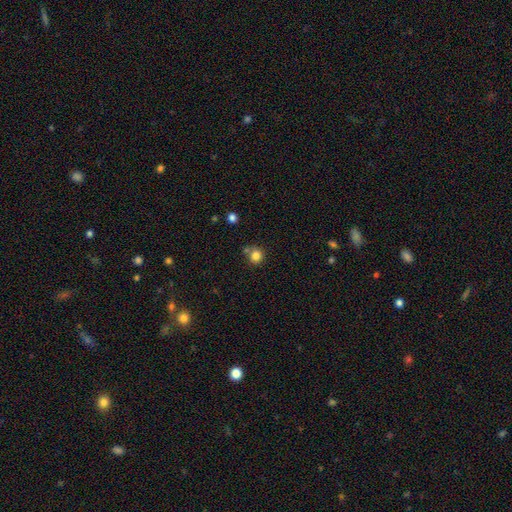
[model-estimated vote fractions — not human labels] Smooth or featured?
  - smooth: 83% *
  - star or artifact: 12%
  - featured or disk: 5%
How rounded?
  - round: 89% *
  - in between: 10%
  - cigar-shaped: 1%
Merging?
  - none: 70% *
  - merger: 14%
  - minor disturbance: 12%
  - major disturbance: 4%